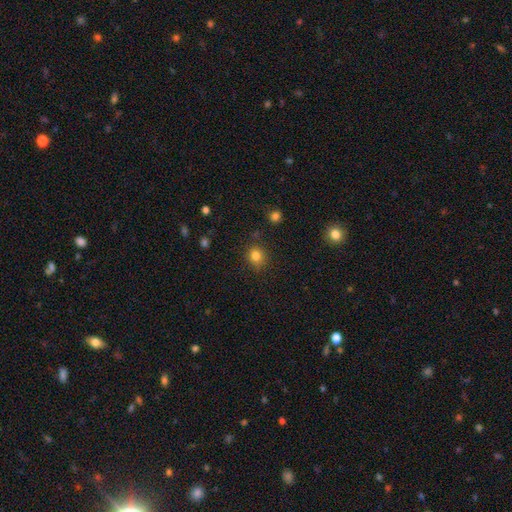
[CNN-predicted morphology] Smooth or featured? smooth (82%)
How rounded? round (81%)
Merging? none (82%)